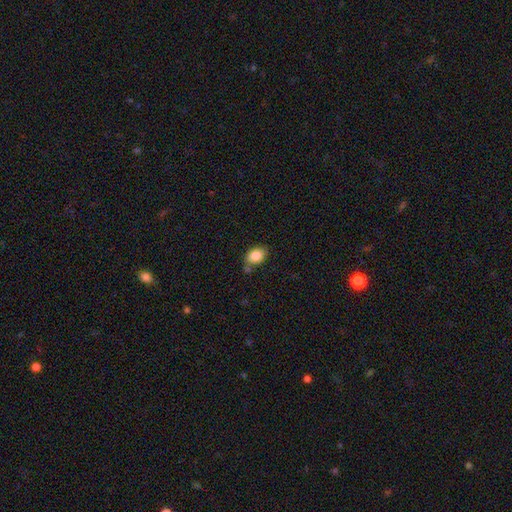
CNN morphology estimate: Smooth or featured: smooth — 86% (star or artifact — 8%)
How rounded: in between — 79% (round — 20%)
Merging: none — 66% (minor disturbance — 18%)